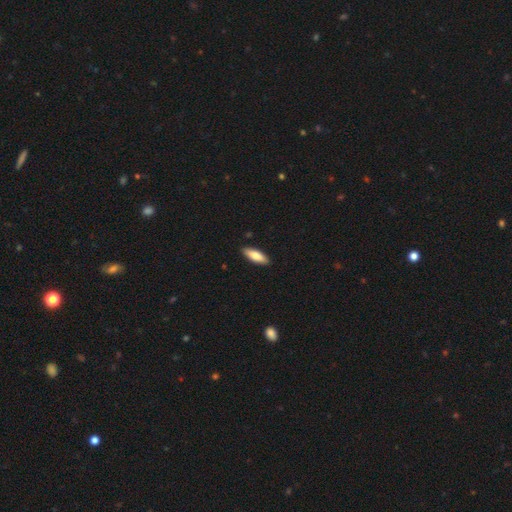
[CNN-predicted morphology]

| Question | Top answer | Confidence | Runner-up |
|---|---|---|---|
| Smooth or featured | smooth | 81% | featured or disk (13%) |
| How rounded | in between | 66% | cigar-shaped (32%) |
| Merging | none | 89% | minor disturbance (8%) |